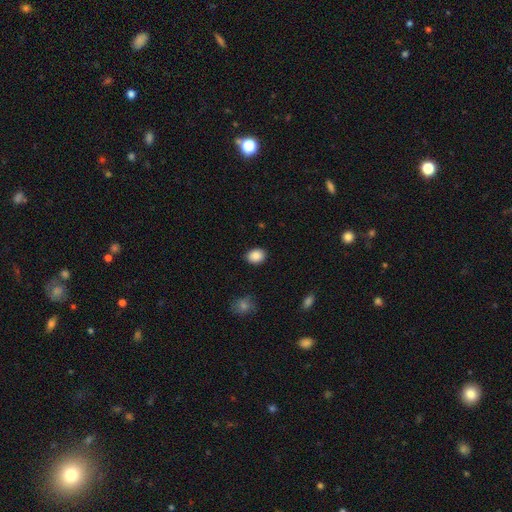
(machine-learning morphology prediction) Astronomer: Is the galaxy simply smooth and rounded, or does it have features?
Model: smooth — 88%.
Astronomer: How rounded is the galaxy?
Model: in between — 58% (runner-up: round, 41%).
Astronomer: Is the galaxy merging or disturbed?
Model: none — 89%.